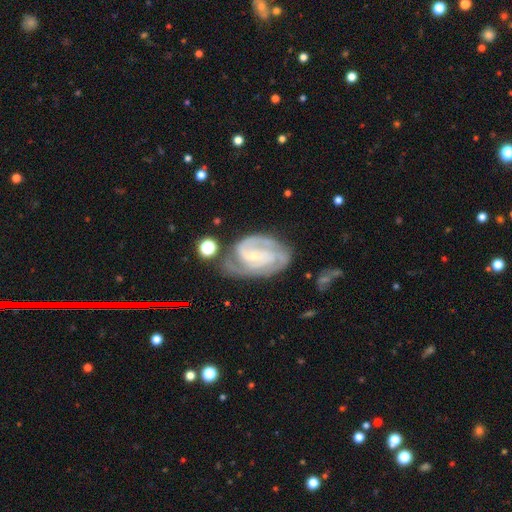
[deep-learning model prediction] Smooth or featured? featured or disk (88%)
Edge-on disk? no (97%)
Bar? weak (44%)
Spiral arms? yes (97%)
Spiral winding? tight (50%)
Spiral arm count? 2 (44%)
Bulge size? small (77%)
Merging? none (61%)